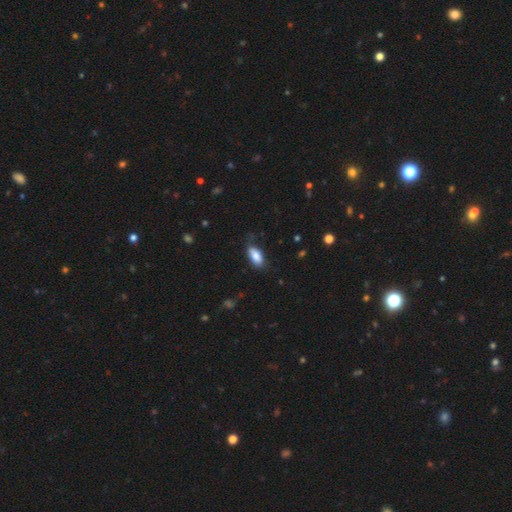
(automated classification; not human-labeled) The model was most divided on "merging": none: 73%, minor disturbance: 21%, major disturbance: 5%, merger: 1%. More confident: how rounded — in between (88%); smooth or featured — smooth (84%).